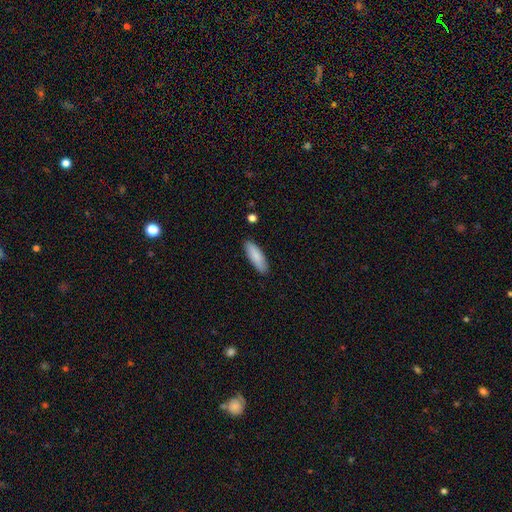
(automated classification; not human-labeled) Smooth or featured? Predicted: smooth (p=0.86). How rounded? Predicted: in between (p=0.54). Merging? Predicted: none (p=0.88).